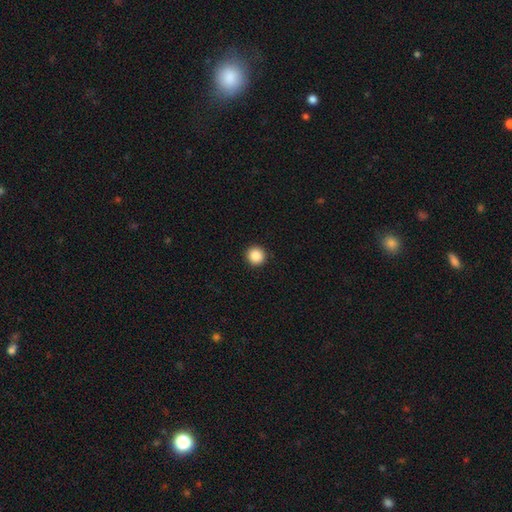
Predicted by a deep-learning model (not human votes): smooth-or-featured: smooth: 88% | star or artifact: 9% | featured or disk: 2%
  how-rounded: round: 96% | in between: 3% | cigar-shaped: 1%
  merging: none: 93% | minor disturbance: 4% | major disturbance: 1% | merger: 1%